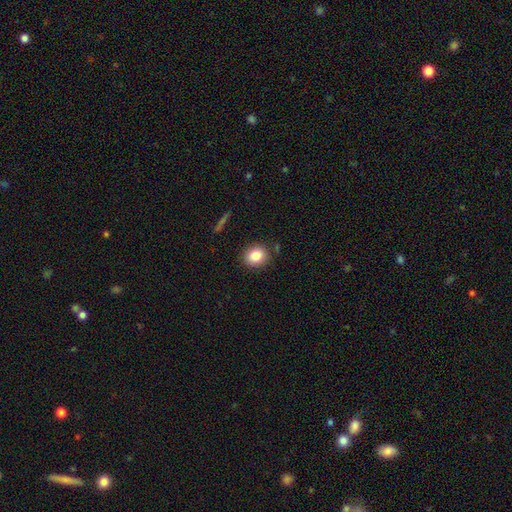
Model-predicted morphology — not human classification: A smooth galaxy with no disk features (84%) that is round (66%). Merging: none (86%).